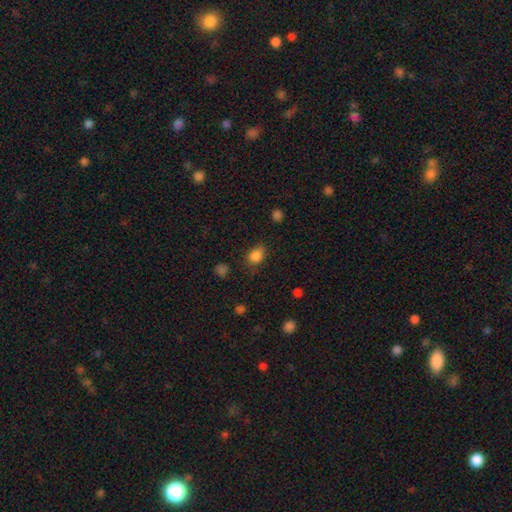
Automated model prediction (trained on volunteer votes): A smooth galaxy with no disk features (84%) that is in between round and cigar-shaped (64%).

Vote fractions:
- Smooth or featured? smooth: 84% / star or artifact: 11% / featured or disk: 5%
- How rounded? in between: 64% / round: 34% / cigar-shaped: 1%
- Merging? none: 67% / minor disturbance: 24% / major disturbance: 6% / merger: 3%